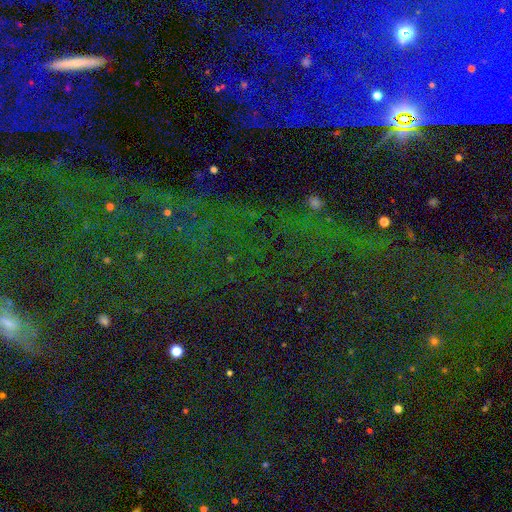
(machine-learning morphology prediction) star or artifact 80%, smooth 12%, featured or disk 9%.